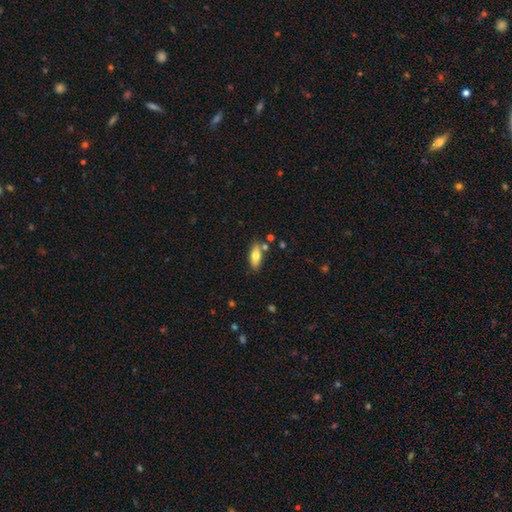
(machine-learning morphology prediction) smooth_or_featured: smooth (p=0.72) [alt: featured or disk p=0.21]
how_rounded: in between (p=0.79) [alt: cigar-shaped p=0.18]
merging: none (p=0.76) [alt: minor disturbance p=0.13]